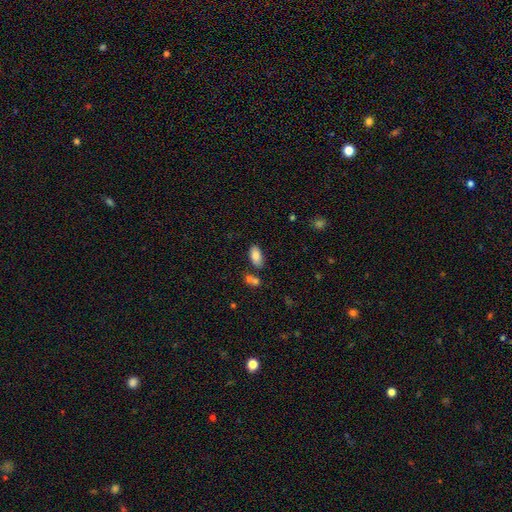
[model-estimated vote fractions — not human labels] This appears to be a smooth galaxy with no disk features (84%) that is in between round and cigar-shaped (92%). Merging: none (71%).